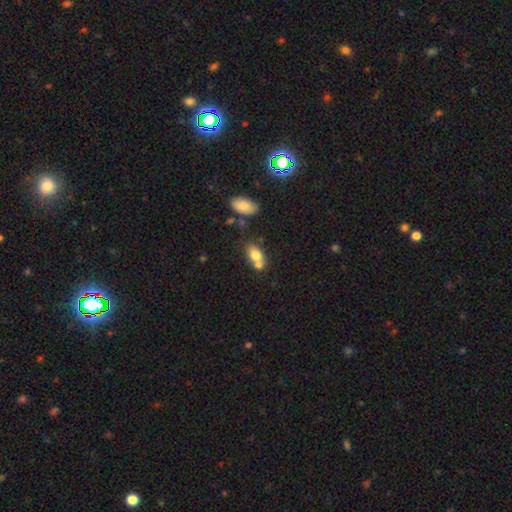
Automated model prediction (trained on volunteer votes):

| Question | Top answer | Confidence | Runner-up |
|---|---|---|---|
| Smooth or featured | smooth | 75% | featured or disk (16%) |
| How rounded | in between | 78% | round (19%) |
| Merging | merger | 50% | none (34%) |